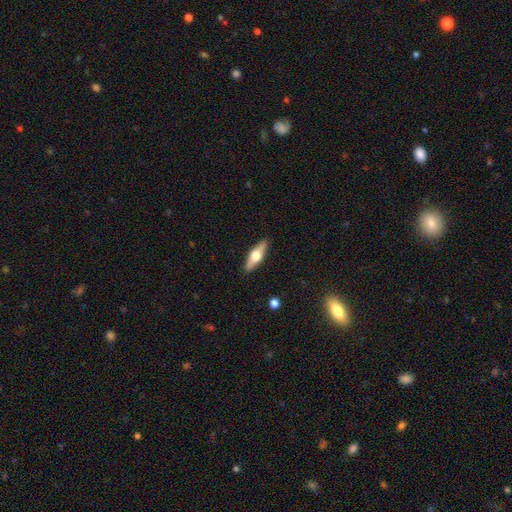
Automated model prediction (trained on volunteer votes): smooth_or_featured: featured or disk (p=0.54) [alt: smooth p=0.40]
disk_edge_on: yes (p=0.92) [alt: no p=0.08]
merging: none (p=0.90) [alt: minor disturbance p=0.08]